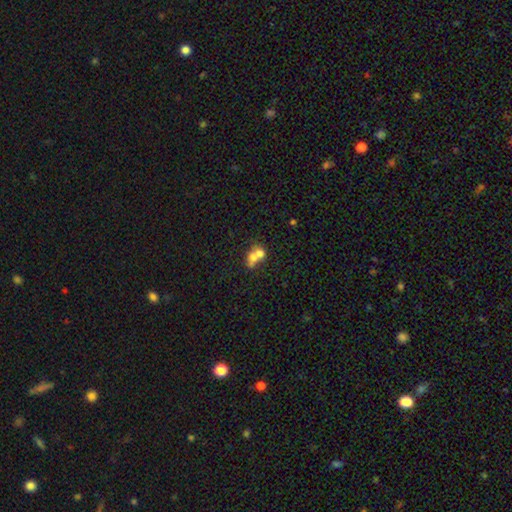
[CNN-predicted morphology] smooth 63%, featured or disk 26%, star or artifact 12%. Down the decision tree: how rounded — round (59%); merging — merger (71%).